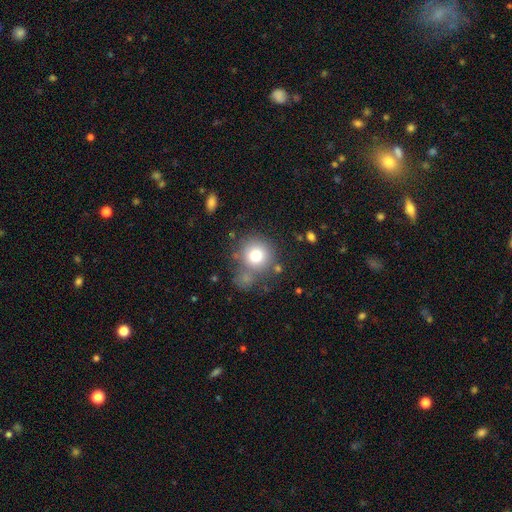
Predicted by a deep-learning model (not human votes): smooth 77%, featured or disk 12%, star or artifact 11%. Down the decision tree: how rounded — round (91%); merging — none (65%).